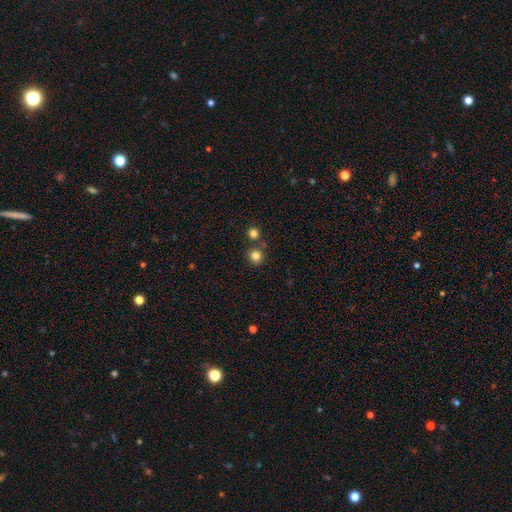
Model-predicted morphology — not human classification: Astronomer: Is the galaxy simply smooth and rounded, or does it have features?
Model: smooth — 81%.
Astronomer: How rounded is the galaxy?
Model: round — 91%.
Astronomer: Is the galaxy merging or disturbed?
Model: none — 77%.